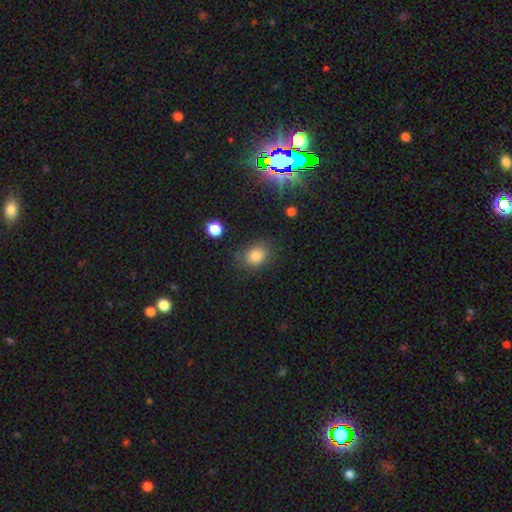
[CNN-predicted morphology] Smooth or featured? smooth (82%)
How rounded? in between (54%)
Merging? none (75%)